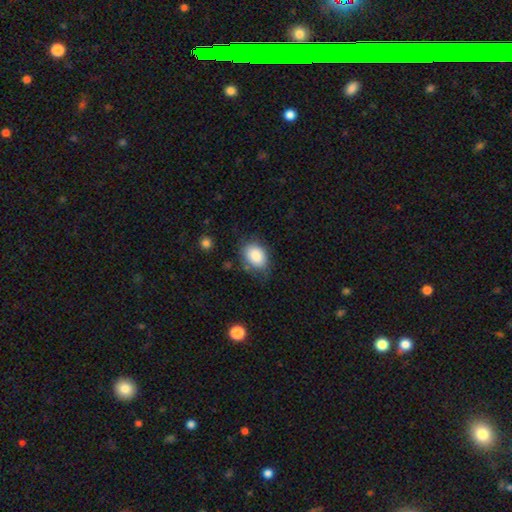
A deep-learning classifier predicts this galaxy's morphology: smooth 85%, featured or disk 7%, star or artifact 7%. Down the decision tree: how rounded — in between (77%); merging — none (67%).